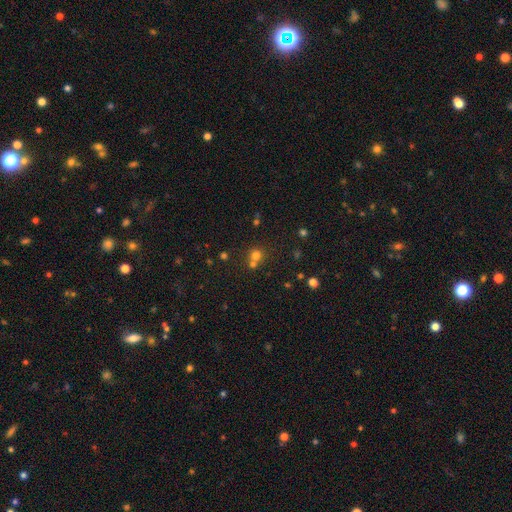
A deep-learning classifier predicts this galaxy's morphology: Q: Smooth or featured?
A: smooth (69%); runner-up: star or artifact (21%)
Q: How rounded?
A: round (88%); runner-up: in between (11%)
Q: Merging?
A: none (54%); runner-up: merger (36%)